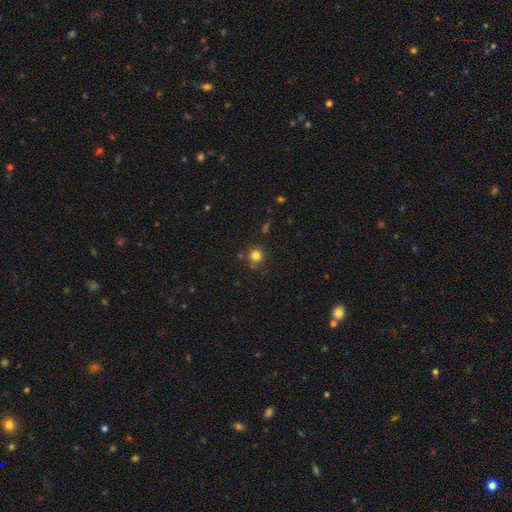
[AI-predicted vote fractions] smooth_or_featured: smooth (p=0.81) [alt: star or artifact p=0.13]
how_rounded: round (p=0.89) [alt: in between p=0.10]
merging: none (p=0.77) [alt: minor disturbance p=0.13]